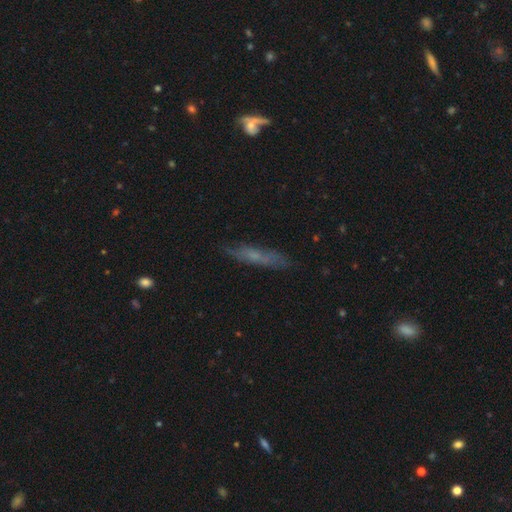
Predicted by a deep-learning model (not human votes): Smooth or featured: smooth — 48% (featured or disk — 41%)
Merging: none — 76% (minor disturbance — 17%)